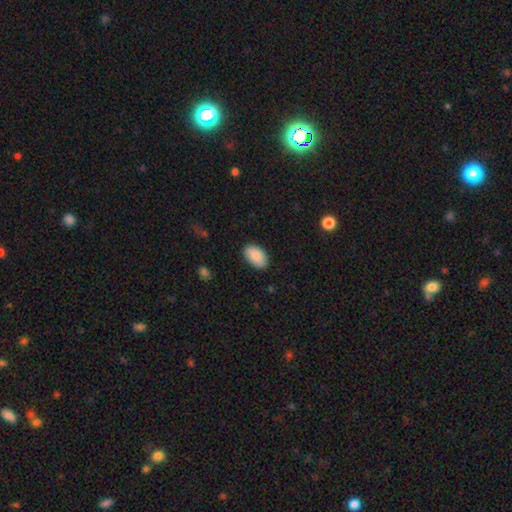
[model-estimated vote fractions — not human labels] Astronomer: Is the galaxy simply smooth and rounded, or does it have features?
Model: smooth — 88%.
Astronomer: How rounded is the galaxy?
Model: in between — 93%.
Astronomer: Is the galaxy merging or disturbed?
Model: none — 84%.